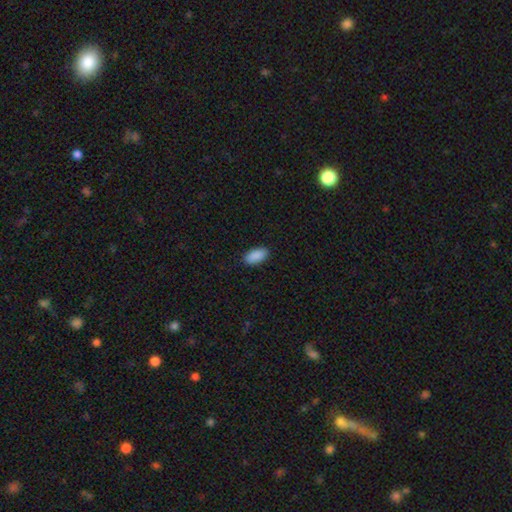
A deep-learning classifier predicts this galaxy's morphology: Overall: smooth (91%). How rounded: in between (94%). Merging: none (90%).